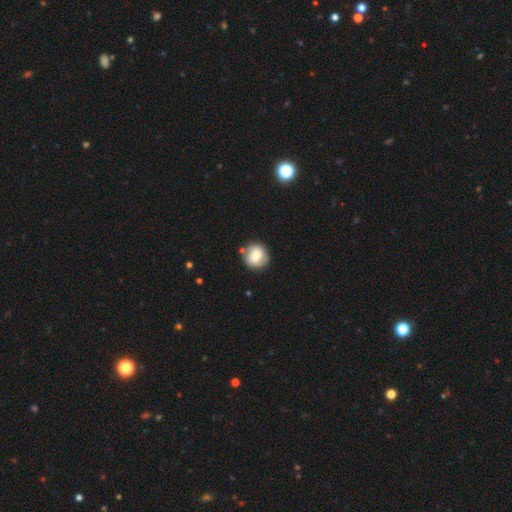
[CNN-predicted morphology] A smooth galaxy with no disk features (67%) that is round (88%).

Vote fractions:
- Smooth or featured? smooth: 67% / featured or disk: 25% / star or artifact: 8%
- How rounded? round: 88% / in between: 11% / cigar-shaped: 1%
- Merging? none: 79% / minor disturbance: 12% / merger: 5% / major disturbance: 3%